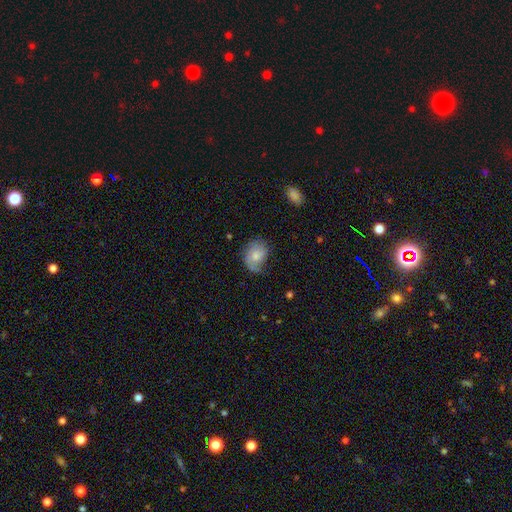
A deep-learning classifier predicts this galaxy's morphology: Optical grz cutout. It shows a smooth galaxy with no disk features (60%) that is in between round and cigar-shaped (58%). Merging: none (53%).